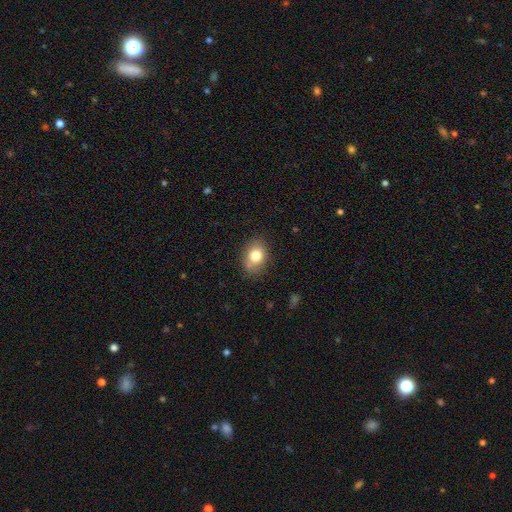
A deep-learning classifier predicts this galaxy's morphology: type=smooth (78%); roundness=in between (62%); merging=none (76%).